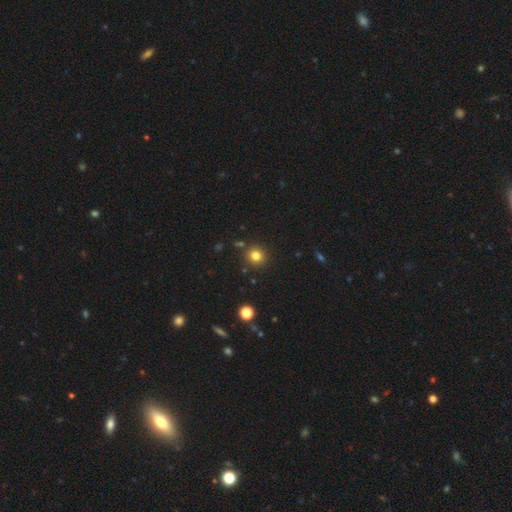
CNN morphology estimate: This is clearly a smooth galaxy (81%). How rounded: clearly round (92%). Merging: clearly none (87%).